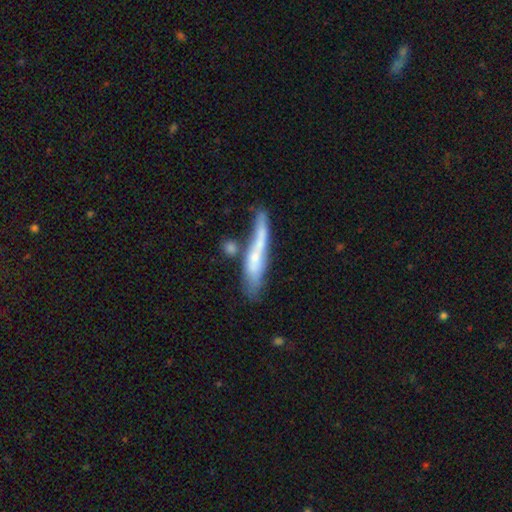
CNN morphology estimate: This appears to be a smooth galaxy with no disk features (48%). Merging: none (41%).